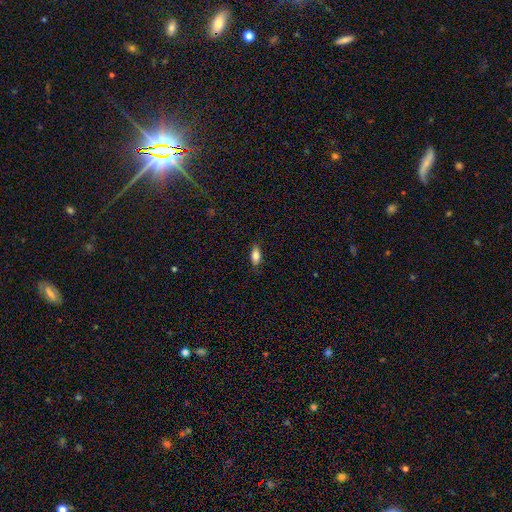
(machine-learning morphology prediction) smooth_or_featured: smooth (p=0.81) [alt: featured or disk p=0.11]
how_rounded: in between (p=0.84) [alt: cigar-shaped p=0.13]
merging: none (p=0.84) [alt: minor disturbance p=0.12]